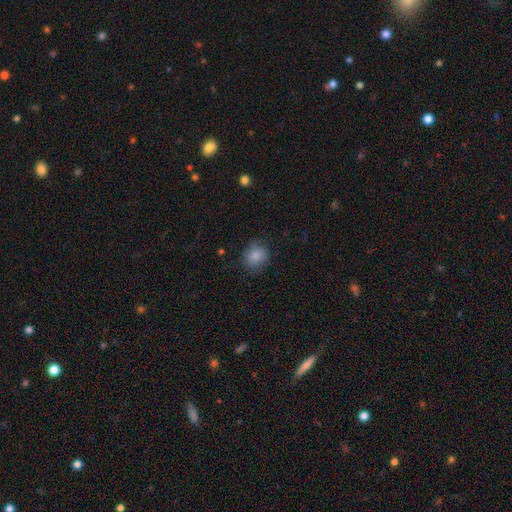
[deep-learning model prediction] Smooth or featured? Predicted: smooth (p=0.85). How rounded? Predicted: round (p=0.69). Merging? Predicted: none (p=0.75).